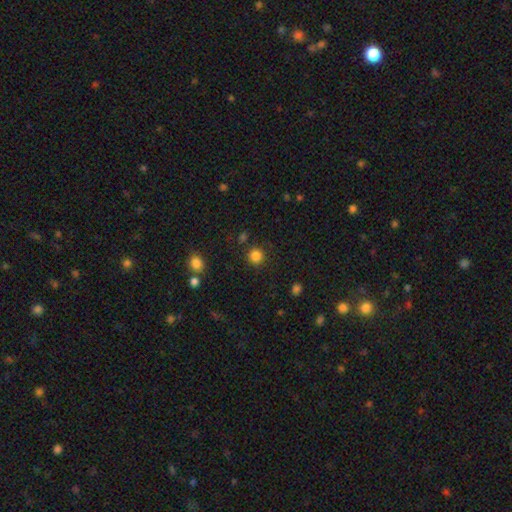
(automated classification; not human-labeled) Overall: smooth (83%). How rounded: round (93%). Merging: none (87%).